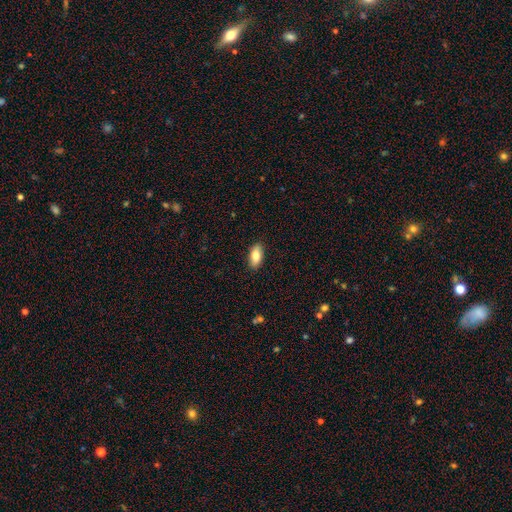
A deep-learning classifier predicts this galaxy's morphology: Smooth or featured: smooth — 82% (featured or disk — 11%)
How rounded: in between — 89% (cigar-shaped — 8%)
Merging: none — 88% (minor disturbance — 9%)